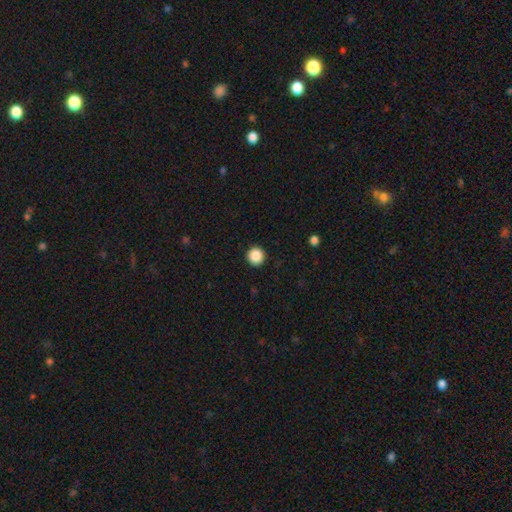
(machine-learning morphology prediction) A smooth galaxy with no disk features (87%) that is round (96%). Merging: none (93%).